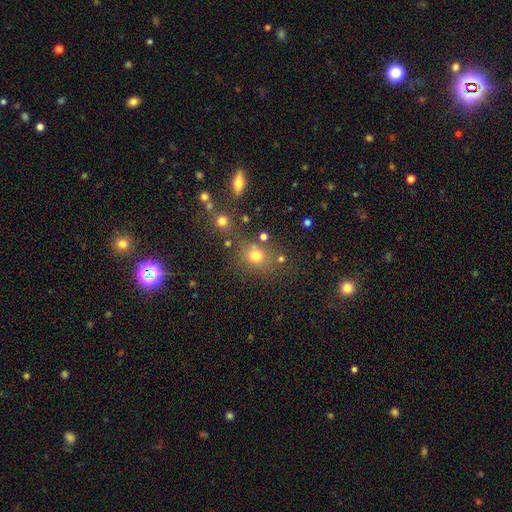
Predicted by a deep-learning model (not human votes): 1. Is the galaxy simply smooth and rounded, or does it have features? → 71% smooth, 20% star or artifact, 9% featured or disk.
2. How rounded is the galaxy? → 76% round, 22% in between, 1% cigar-shaped.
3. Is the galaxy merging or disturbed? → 68% none, 14% merger, 12% minor disturbance, 7% major disturbance.